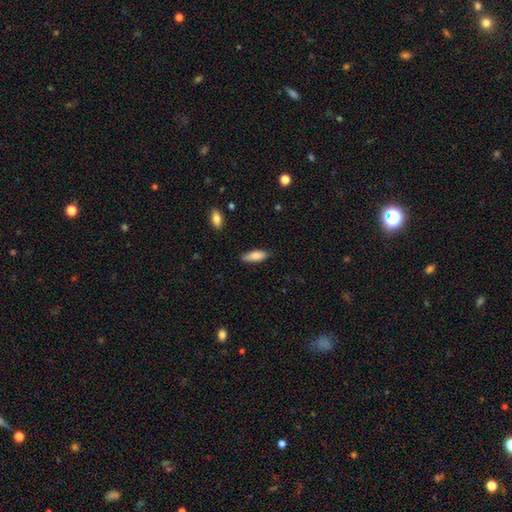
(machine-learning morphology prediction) This is clearly a smooth galaxy (84%). How rounded: likely in between (63%). Merging: clearly none (83%).